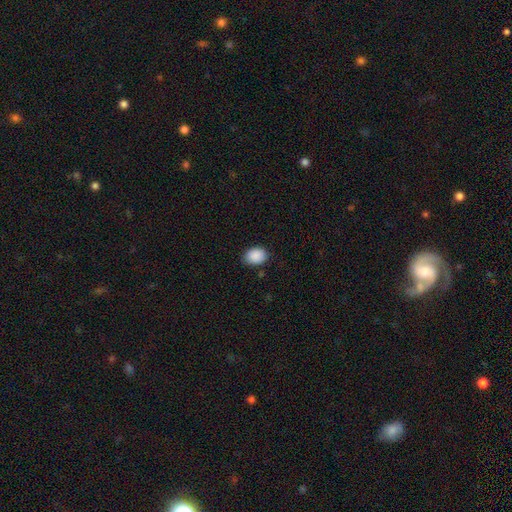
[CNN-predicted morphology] Smooth or featured? smooth (90%)
How rounded? in between (71%)
Merging? none (83%)